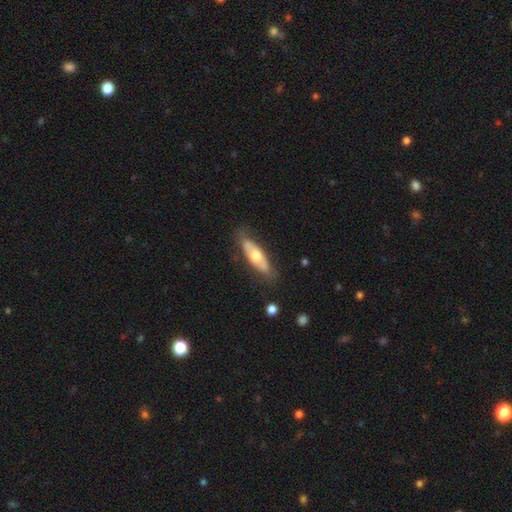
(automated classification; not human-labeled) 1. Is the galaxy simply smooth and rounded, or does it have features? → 50% smooth, 45% featured or disk, 5% star or artifact.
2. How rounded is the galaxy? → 50% cigar-shaped, 47% in between, 2% round.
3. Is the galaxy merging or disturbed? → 77% none, 17% minor disturbance, 4% major disturbance, 2% merger.